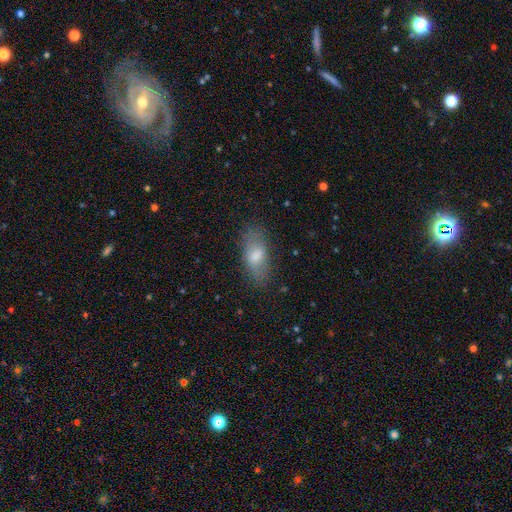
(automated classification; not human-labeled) The model was most divided on "smooth or featured": smooth: 70%, featured or disk: 22%, star or artifact: 8%. More confident: how rounded — in between (80%); merging — none (80%).